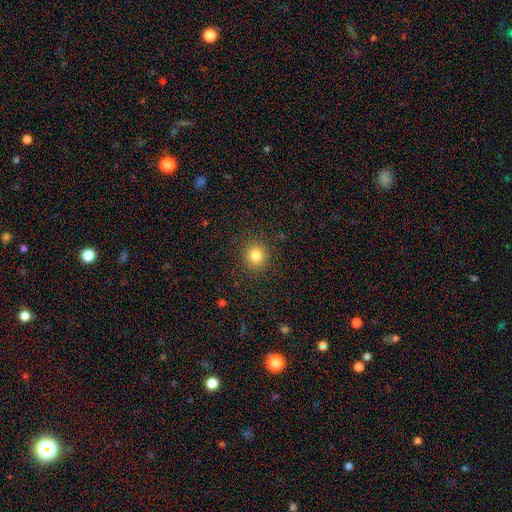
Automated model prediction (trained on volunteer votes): This is clearly a smooth galaxy (83%). How rounded: clearly round (88%). Merging: clearly none (90%).